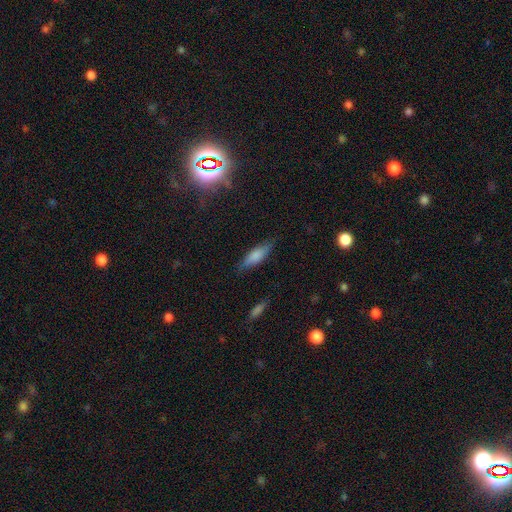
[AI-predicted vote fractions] A smooth galaxy with no disk features (77%) that is in between round and cigar-shaped (53%). Merging: none (79%).